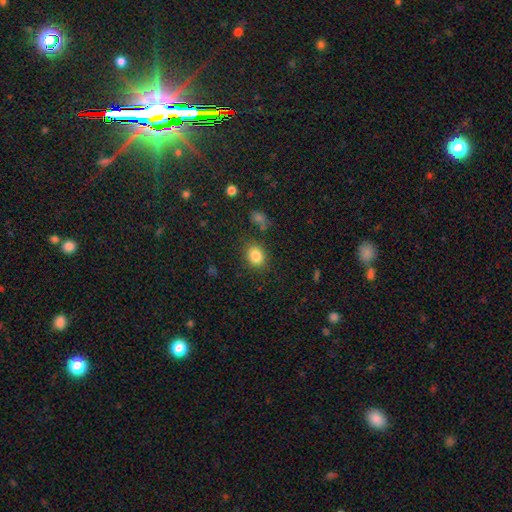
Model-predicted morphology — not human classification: This is clearly a smooth galaxy (84%). How rounded: possibly round (53%). Merging: clearly none (82%).